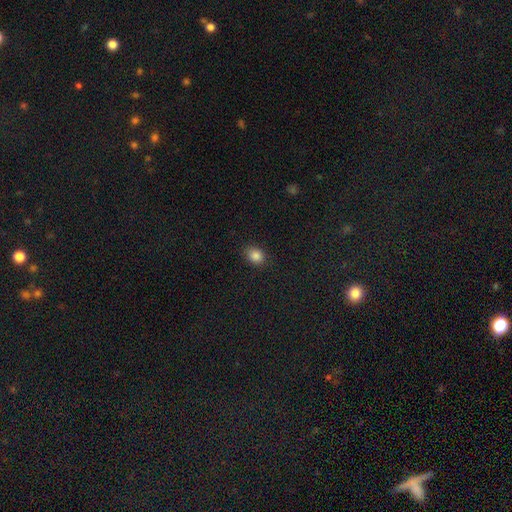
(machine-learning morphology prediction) Smooth or featured? Predicted: smooth (p=0.85). How rounded? Predicted: round (p=0.52). Merging? Predicted: none (p=0.86).